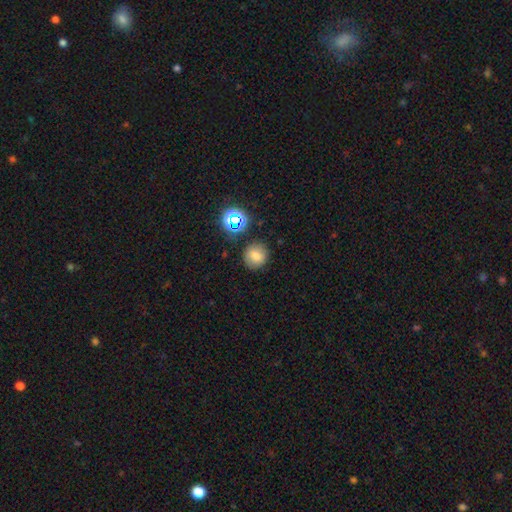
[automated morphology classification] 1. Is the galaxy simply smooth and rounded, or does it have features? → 73% smooth, 16% star or artifact, 11% featured or disk.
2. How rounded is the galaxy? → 89% round, 10% in between, 1% cigar-shaped.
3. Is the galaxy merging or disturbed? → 85% none, 8% minor disturbance, 4% merger, 3% major disturbance.